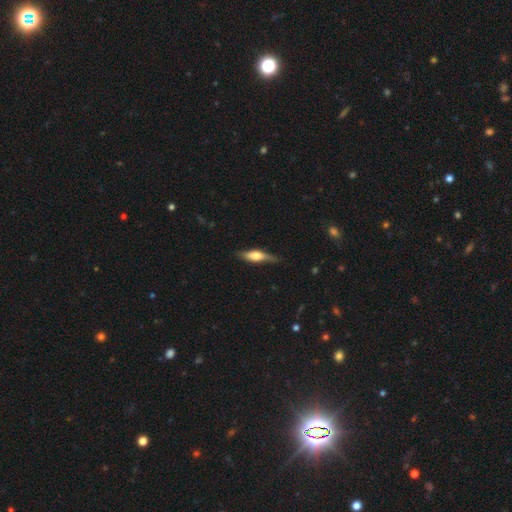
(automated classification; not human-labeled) featured or disk 51%, smooth 43%, star or artifact 6%. Down the decision tree: edge-on disk — yes (89%); merging — none (74%).